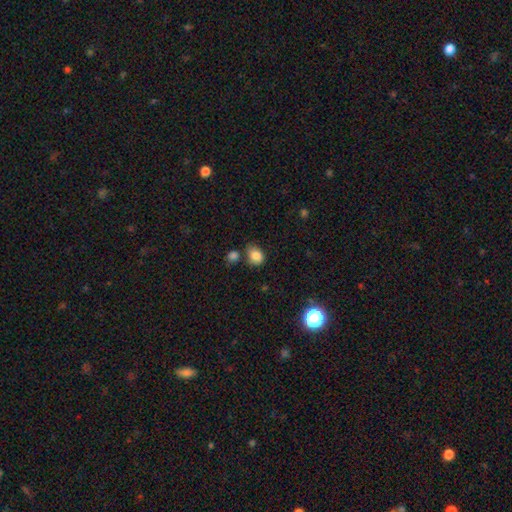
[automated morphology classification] The model was most divided on "how rounded": round: 51%, in between: 48%, cigar-shaped: 1%. More confident: smooth or featured — smooth (84%); merging — none (63%).